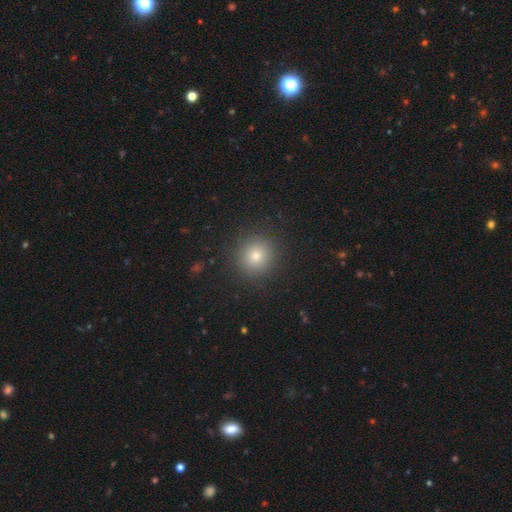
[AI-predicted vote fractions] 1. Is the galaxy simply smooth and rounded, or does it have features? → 78% smooth, 15% star or artifact, 7% featured or disk.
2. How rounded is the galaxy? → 91% round, 8% in between, 1% cigar-shaped.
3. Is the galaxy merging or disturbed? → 91% none, 6% minor disturbance, 2% major disturbance, 1% merger.